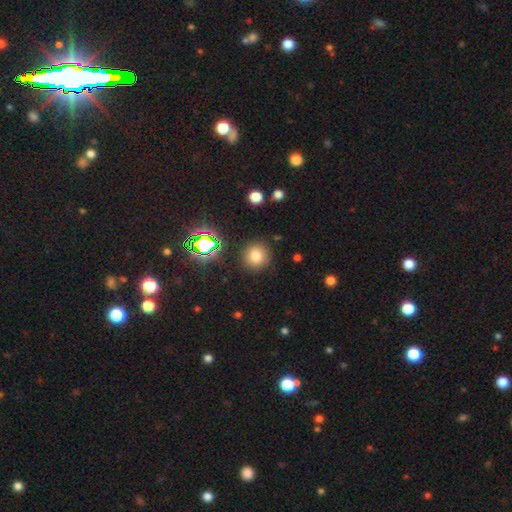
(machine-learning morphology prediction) This is likely a smooth galaxy (76%). How rounded: clearly round (91%). Merging: clearly none (88%).